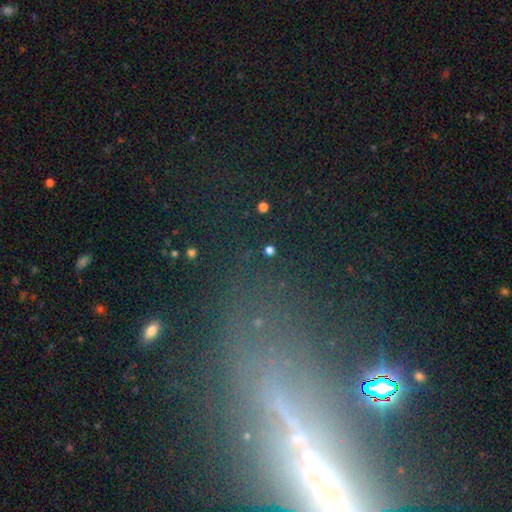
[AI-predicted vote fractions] The model was most divided on "smooth or featured": star or artifact: 54%, featured or disk: 26%, smooth: 20%.